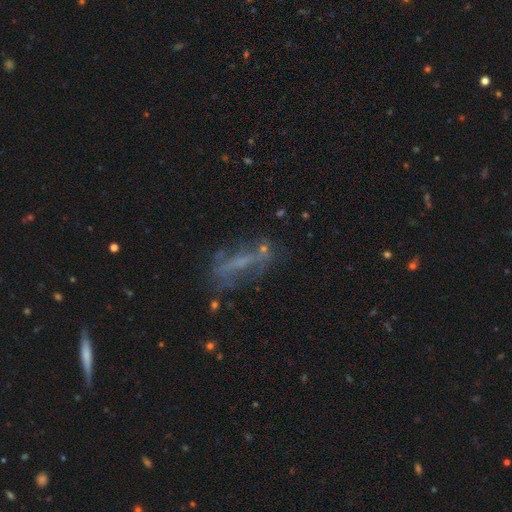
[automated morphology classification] This is possibly a featured or disk galaxy (54%). It is likely not viewed edge-on (77%). Merging: possibly none (49%).